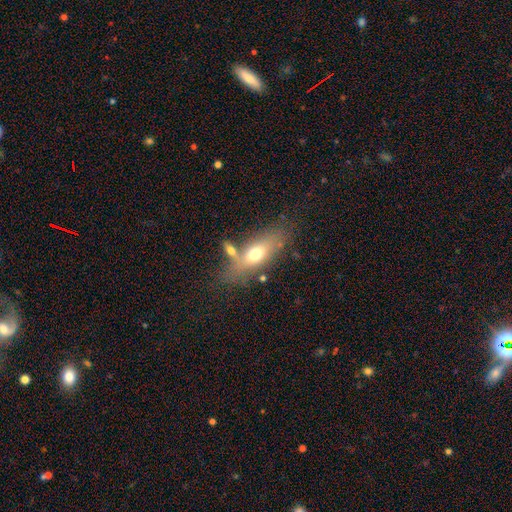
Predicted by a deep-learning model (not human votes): Smooth or featured?
  - smooth: 58% *
  - featured or disk: 34%
  - star or artifact: 8%
How rounded?
  - in between: 66% *
  - cigar-shaped: 30%
  - round: 4%
Merging?
  - none: 62% *
  - minor disturbance: 16%
  - merger: 15%
  - major disturbance: 6%